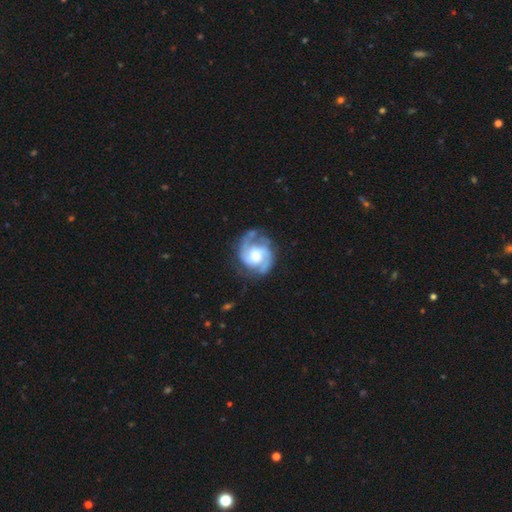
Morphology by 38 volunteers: Smooth or featured? 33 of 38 (87%) said featured or disk. Edge-on disk? 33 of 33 (100%) said no. Bar? 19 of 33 (58%) said weak. Spiral arms? 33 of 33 (100%) said yes. Spiral winding? 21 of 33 (64%) said medium. Spiral arm count? 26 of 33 (79%) said 2. Bulge size? 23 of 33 (70%) said moderate. Merging? 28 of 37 (76%) said none.